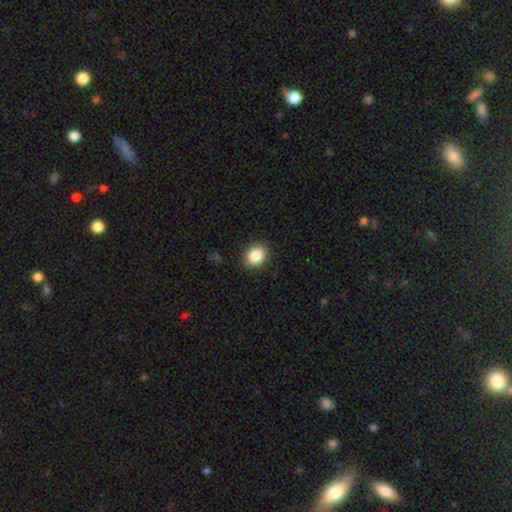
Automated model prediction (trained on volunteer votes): The model was most divided on "how rounded": round: 55%, in between: 45%, cigar-shaped: 1%. More confident: merging — none (87%); smooth or featured — smooth (85%).